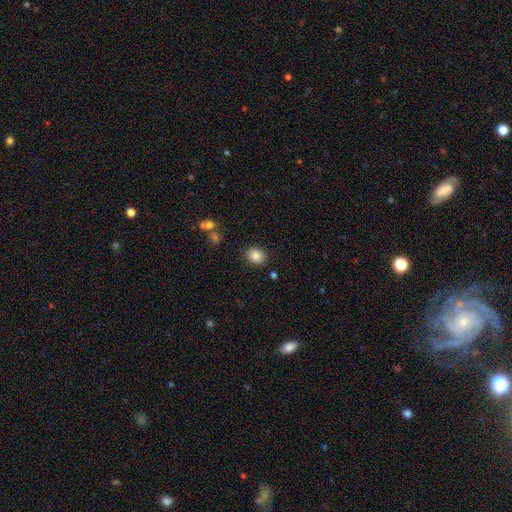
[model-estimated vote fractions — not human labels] A smooth galaxy with no disk features (85%) that is round (56%).

Vote fractions:
- Smooth or featured? smooth: 85% / star or artifact: 9% / featured or disk: 6%
- How rounded? round: 56% / in between: 43% / cigar-shaped: 1%
- Merging? none: 87% / minor disturbance: 8% / major disturbance: 2% / merger: 2%